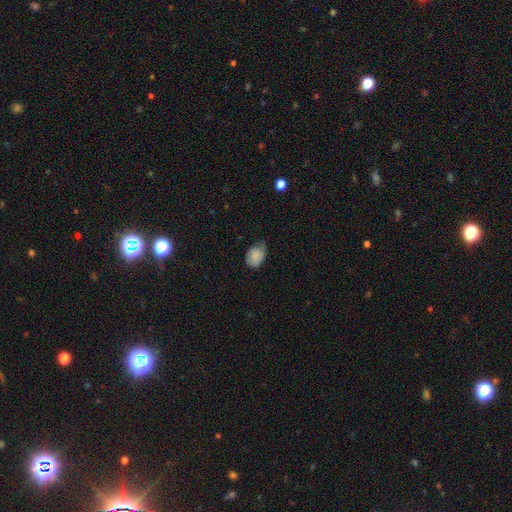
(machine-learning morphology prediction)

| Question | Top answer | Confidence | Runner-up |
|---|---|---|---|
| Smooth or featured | smooth | 78% | featured or disk (15%) |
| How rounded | in between | 81% | round (17%) |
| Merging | minor disturbance | 44% | none (42%) |